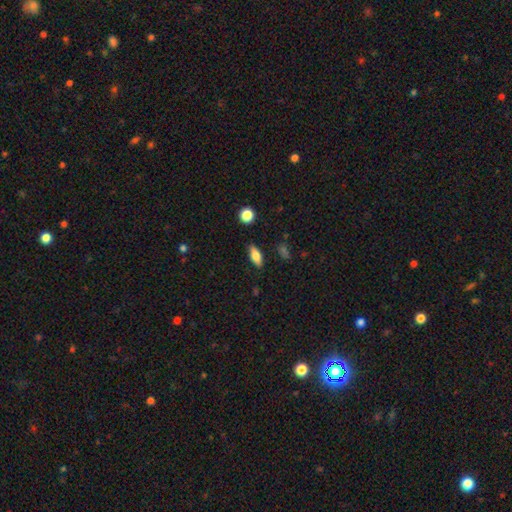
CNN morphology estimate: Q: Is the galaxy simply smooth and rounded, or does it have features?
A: smooth — 74%.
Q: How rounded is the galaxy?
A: in between — 76%.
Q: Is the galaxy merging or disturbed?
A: none — 83%.